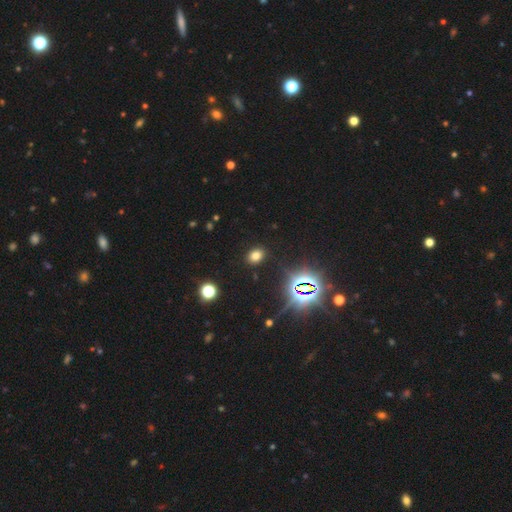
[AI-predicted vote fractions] Smooth or featured?
  - smooth: 69% *
  - star or artifact: 24%
  - featured or disk: 7%
How rounded?
  - in between: 58% *
  - round: 41%
  - cigar-shaped: 1%
Merging?
  - none: 88% *
  - minor disturbance: 8%
  - major disturbance: 3%
  - merger: 2%